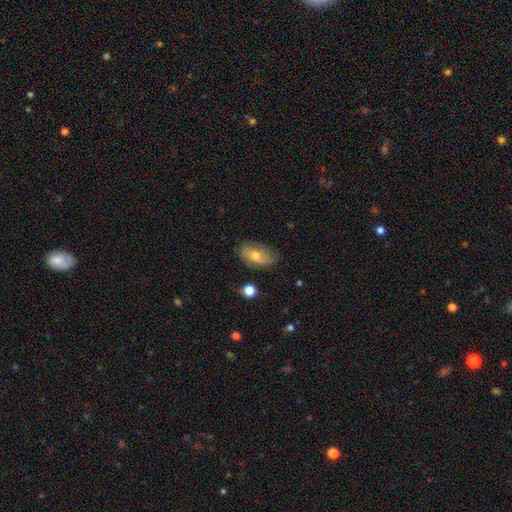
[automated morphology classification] Overall: smooth (60%; featured or disk 31%). How rounded: in between (90%). Merging: none (71%).